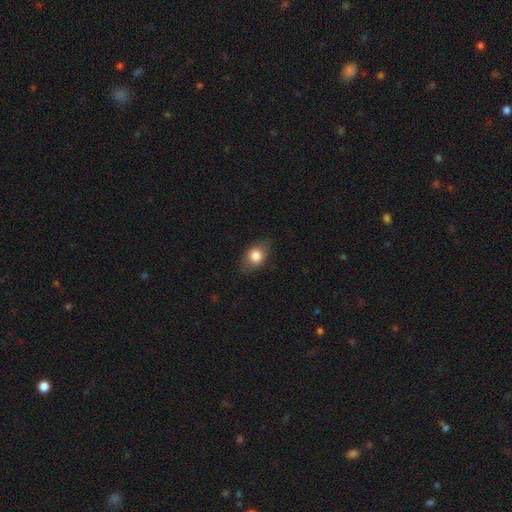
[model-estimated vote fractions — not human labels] smooth 78%, featured or disk 13%, star or artifact 8%. Down the decision tree: how rounded — in between (74%); merging — none (79%).